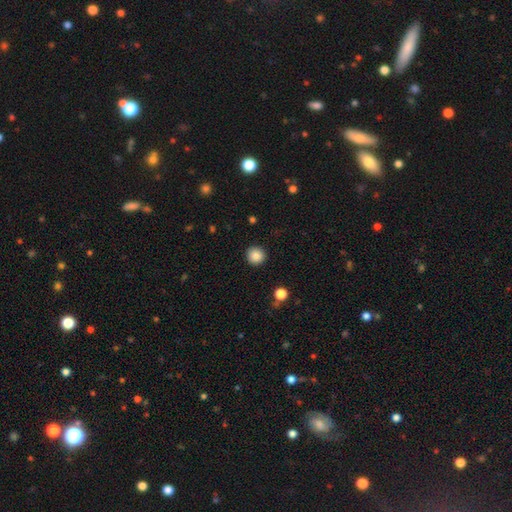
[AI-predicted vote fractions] Smooth or featured? Predicted: smooth (p=0.87). How rounded? Predicted: round (p=0.94). Merging? Predicted: none (p=0.91).